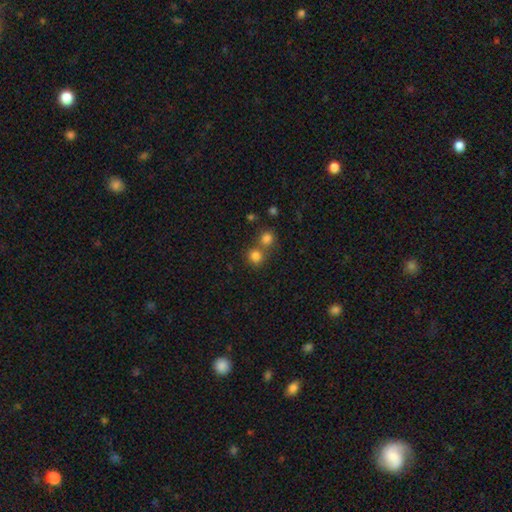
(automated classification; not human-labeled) smooth_or_featured: smooth (p=0.80) [alt: star or artifact p=0.14]
how_rounded: round (p=0.89) [alt: in between p=0.10]
merging: none (p=0.57) [alt: merger p=0.34]